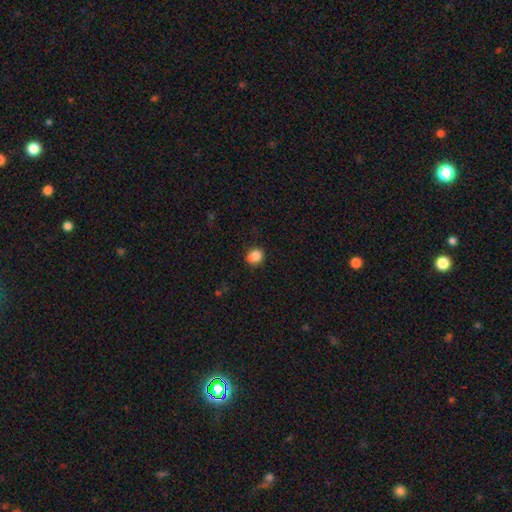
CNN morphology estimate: type=smooth (86%); roundness=round (71%); merging=none (79%).